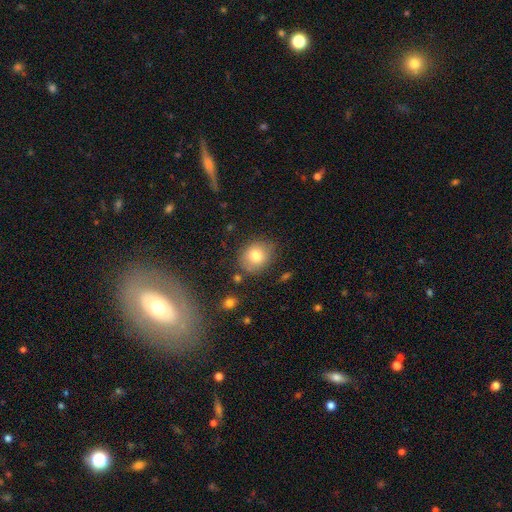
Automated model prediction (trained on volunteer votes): Smooth or featured? Predicted: smooth (p=0.79). How rounded? Predicted: round (p=0.68). Merging? Predicted: none (p=0.78).